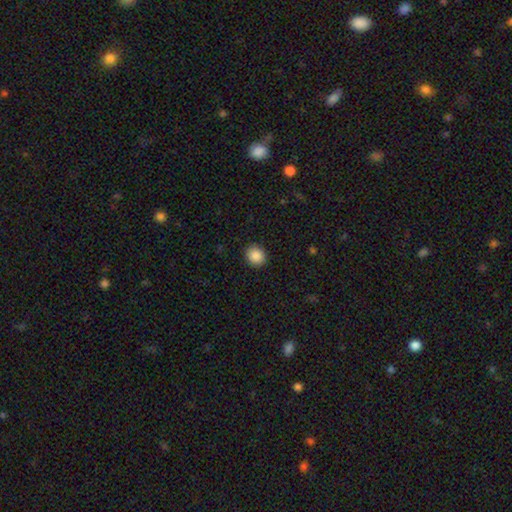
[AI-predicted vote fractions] A smooth galaxy with no disk features (88%) that is round (80%).

Vote fractions:
- Smooth or featured? smooth: 88% / star or artifact: 9% / featured or disk: 3%
- How rounded? round: 80% / in between: 19% / cigar-shaped: 1%
- Merging? none: 91% / minor disturbance: 7% / major disturbance: 2% / merger: 1%